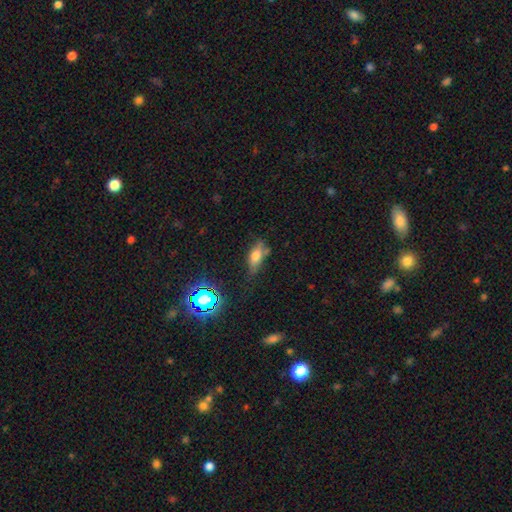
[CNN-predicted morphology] A smooth galaxy with no disk features (63%) that is in between round and cigar-shaped (74%). Merging: none (52%).